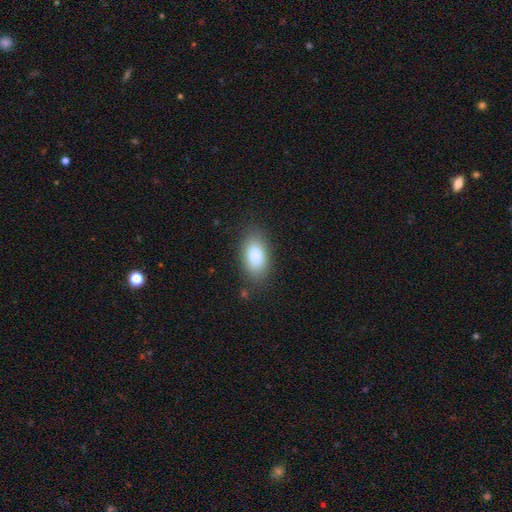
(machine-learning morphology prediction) A smooth galaxy with no disk features (83%) that is in between round and cigar-shaped (92%). Merging: none (82%).